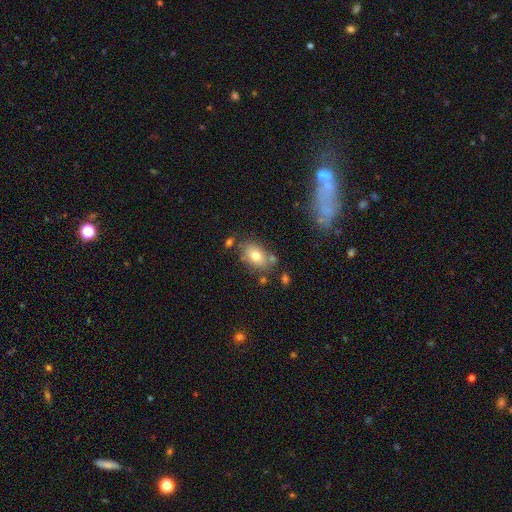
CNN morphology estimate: smooth_or_featured: smooth (p=0.76) [alt: featured or disk p=0.15]
how_rounded: in between (p=0.83) [alt: round p=0.16]
merging: none (p=0.70) [alt: minor disturbance p=0.17]